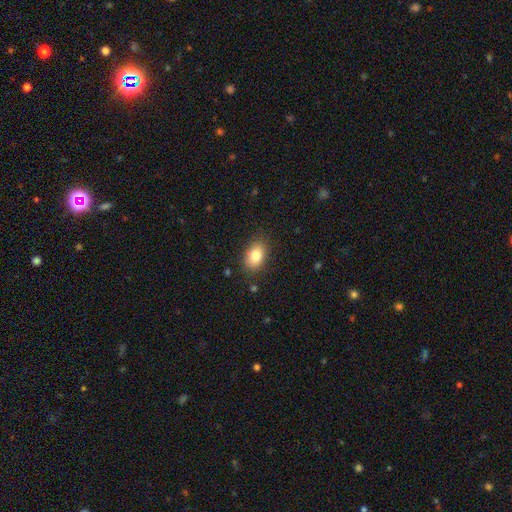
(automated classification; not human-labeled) Smooth or featured: smooth — 83% (featured or disk — 9%)
How rounded: in between — 85% (round — 13%)
Merging: none — 83% (minor disturbance — 13%)